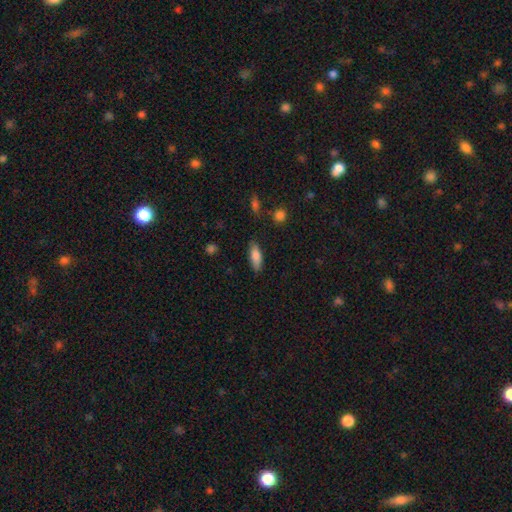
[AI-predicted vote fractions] A smooth galaxy with no disk features (83%) that is in between round and cigar-shaped (68%).

Vote fractions:
- Smooth or featured? smooth: 83% / featured or disk: 10% / star or artifact: 7%
- How rounded? in between: 68% / cigar-shaped: 30% / round: 2%
- Merging? none: 81% / minor disturbance: 14% / major disturbance: 3% / merger: 2%